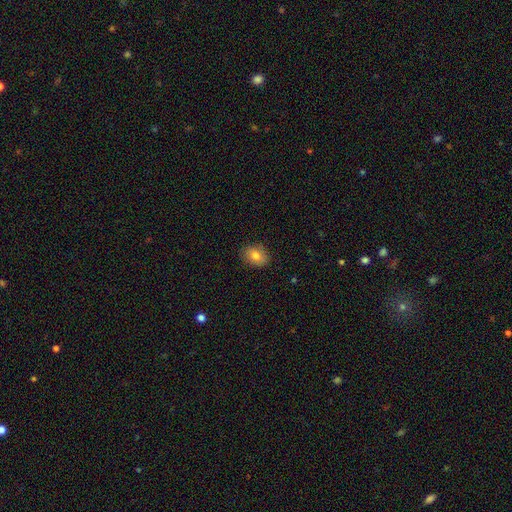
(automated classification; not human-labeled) The model was most divided on "how rounded": in between: 70%, round: 29%, cigar-shaped: 1%. More confident: merging — none (86%); smooth or featured — smooth (79%).